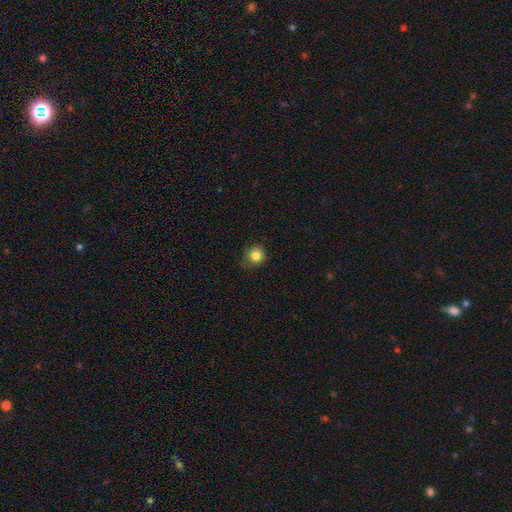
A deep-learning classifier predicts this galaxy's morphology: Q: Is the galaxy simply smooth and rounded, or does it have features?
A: smooth — 83%.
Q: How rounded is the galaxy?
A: round — 89%.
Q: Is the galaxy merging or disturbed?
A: none — 82%.